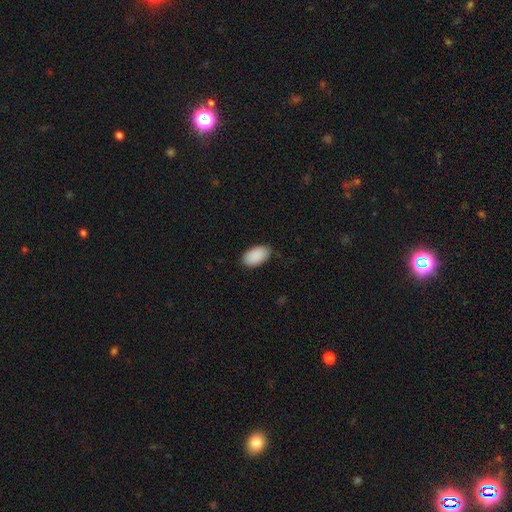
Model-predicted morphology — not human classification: Smooth or featured?
  - smooth: 91% *
  - star or artifact: 6%
  - featured or disk: 3%
How rounded?
  - in between: 95% *
  - round: 3%
  - cigar-shaped: 1%
Merging?
  - none: 84% *
  - minor disturbance: 13%
  - major disturbance: 2%
  - merger: 1%